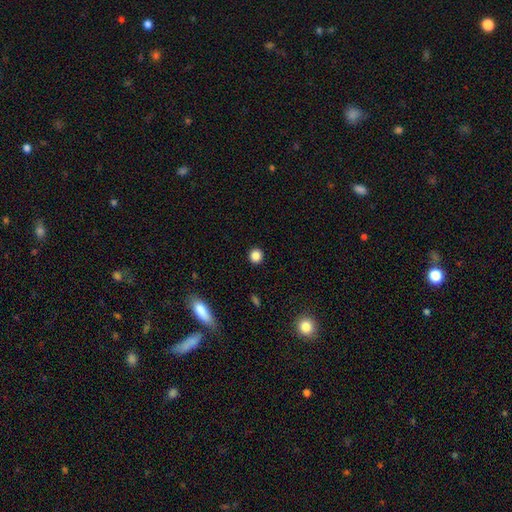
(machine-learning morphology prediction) smooth 86%, star or artifact 11%, featured or disk 3%. Down the decision tree: how rounded — round (92%); merging — none (92%).